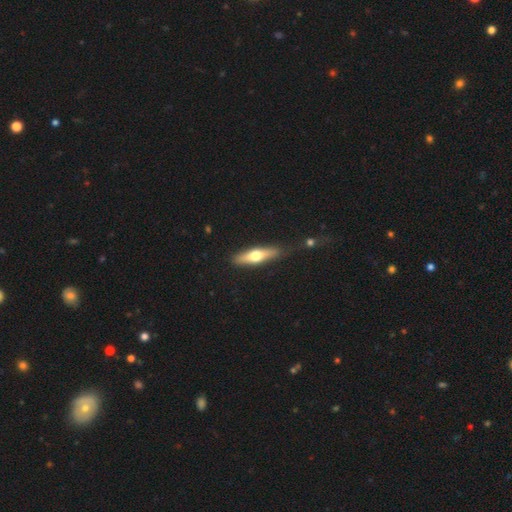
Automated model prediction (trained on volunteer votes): Smooth or featured? smooth (50%)
Merging? none (84%)